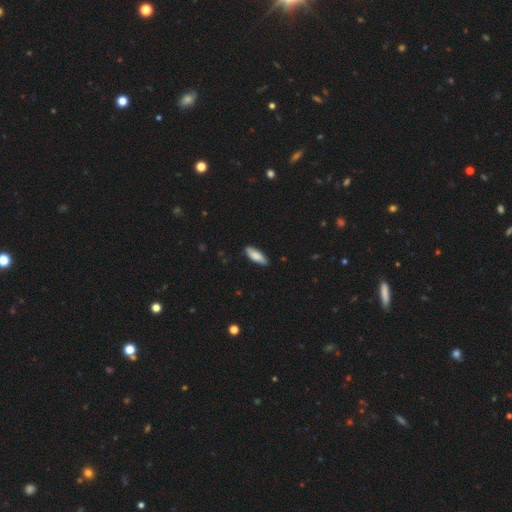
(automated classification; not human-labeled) This appears to be a smooth galaxy with no disk features (84%) that is in between round and cigar-shaped (63%). Merging: none (85%).